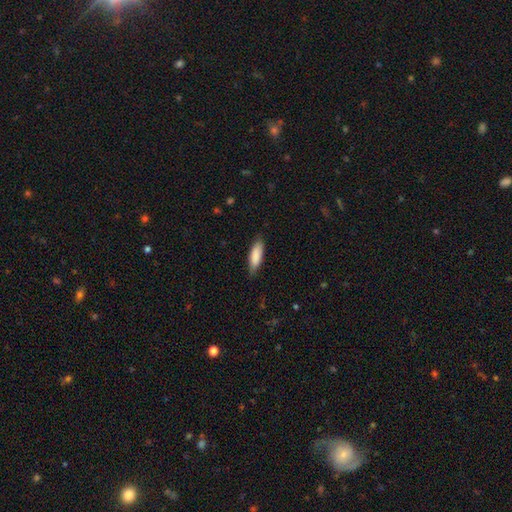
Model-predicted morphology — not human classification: This is clearly a smooth galaxy (86%). How rounded: possibly in between (55%). Merging: clearly none (80%).